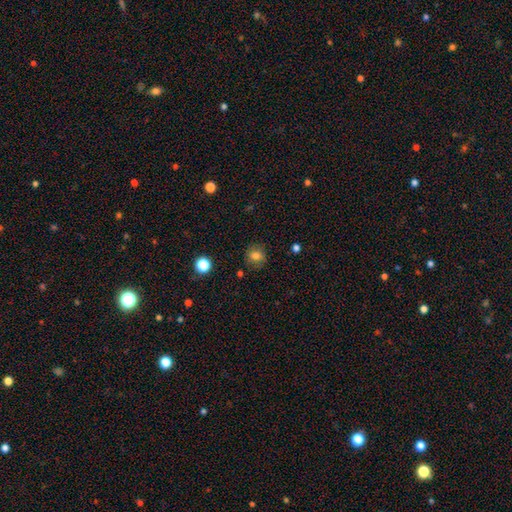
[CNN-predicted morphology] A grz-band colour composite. It shows a smooth galaxy with no disk features (78%) that is round (80%). Merging: none (84%).